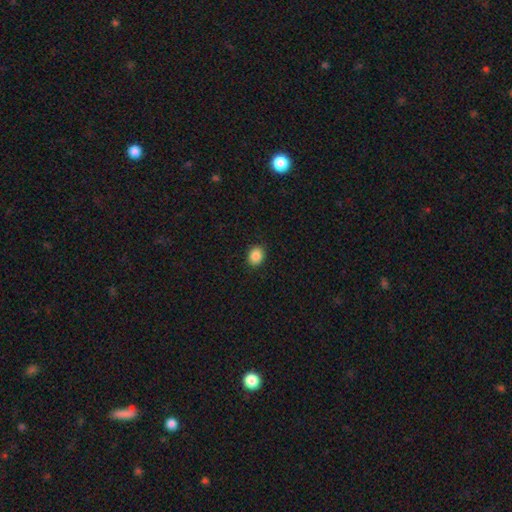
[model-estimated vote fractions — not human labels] smooth 88%, star or artifact 9%, featured or disk 3%. Down the decision tree: how rounded — in between (55%); merging — none (90%).